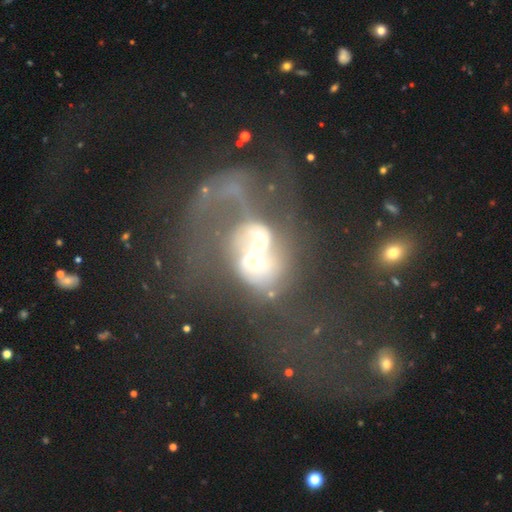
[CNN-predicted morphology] Q: Smooth or featured?
A: featured or disk (66%); runner-up: smooth (22%)
Q: Edge-on disk?
A: no (97%); runner-up: yes (3%)
Q: Bar?
A: no (76%); runner-up: weak (18%)
Q: Spiral arms?
A: yes (53%); runner-up: no (47%)
Q: Bulge size?
A: moderate (53%); runner-up: small (26%)
Q: Merging?
A: merger (71%); runner-up: major disturbance (18%)